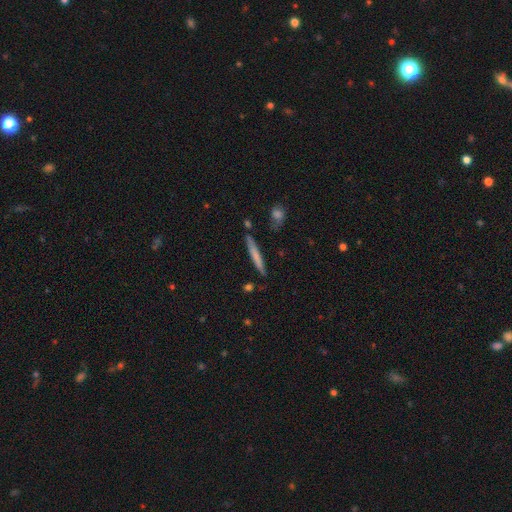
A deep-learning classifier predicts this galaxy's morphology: Q: Smooth or featured?
A: smooth (65%); runner-up: featured or disk (29%)
Q: How rounded?
A: cigar-shaped (95%); runner-up: in between (3%)
Q: Merging?
A: none (84%); runner-up: minor disturbance (11%)